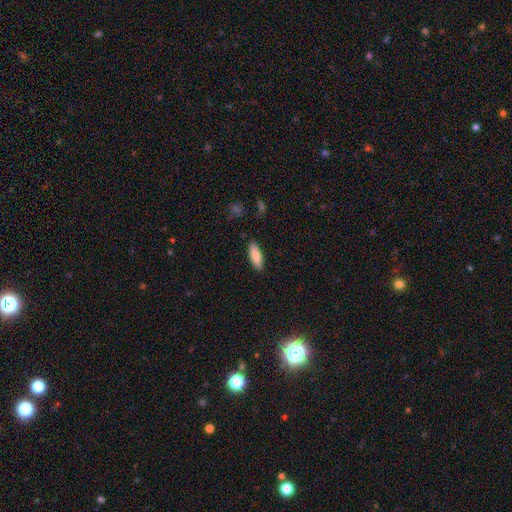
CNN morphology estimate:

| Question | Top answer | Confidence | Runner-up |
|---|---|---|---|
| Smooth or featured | smooth | 84% | featured or disk (10%) |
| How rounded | in between | 71% | cigar-shaped (27%) |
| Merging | none | 88% | minor disturbance (9%) |